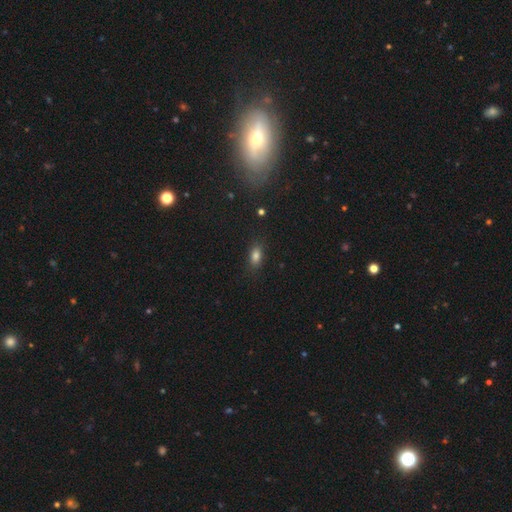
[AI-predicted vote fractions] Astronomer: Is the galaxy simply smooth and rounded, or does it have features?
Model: smooth — 81%.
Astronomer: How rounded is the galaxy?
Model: in between — 82%.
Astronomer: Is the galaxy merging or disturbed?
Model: none — 84%.